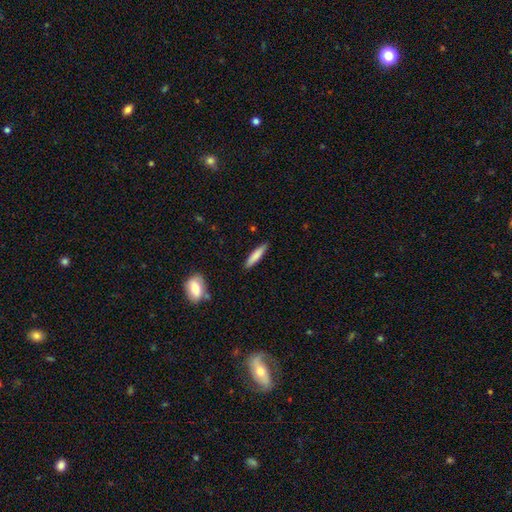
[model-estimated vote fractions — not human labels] A smooth galaxy with no disk features (80%) that is cigar-shaped (85%). Merging: none (88%).